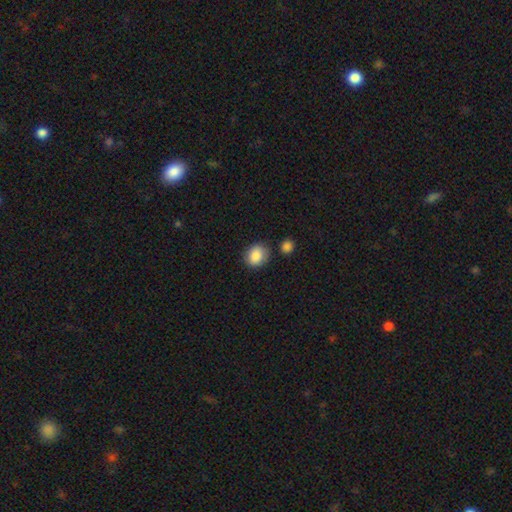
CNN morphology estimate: A smooth galaxy with no disk features (87%) that is round (64%).

Vote fractions:
- Smooth or featured? smooth: 87% / star or artifact: 8% / featured or disk: 5%
- How rounded? round: 64% / in between: 35% / cigar-shaped: 1%
- Merging? none: 77% / minor disturbance: 14% / merger: 6% / major disturbance: 3%